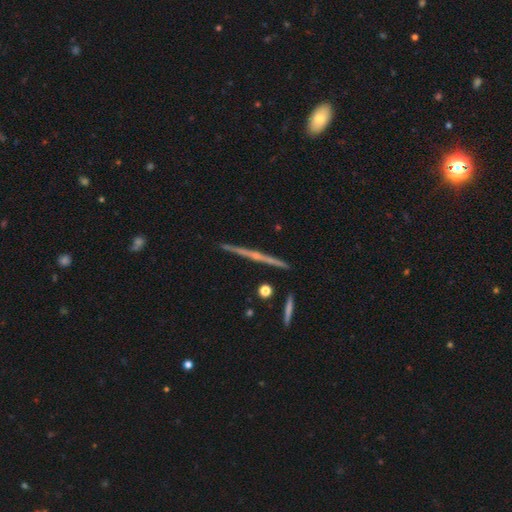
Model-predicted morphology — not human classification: A featured or disk galaxy (59%) viewed edge-on (88%) with a rounded central bulge (57%).

Vote fractions:
- Smooth or featured? featured or disk: 59% / star or artifact: 23% / smooth: 18%
- Edge-on disk? yes: 88% / no: 12%
- Edge-on bulge? rounded: 57% / none: 30% / boxy: 13%
- Merging? none: 80% / minor disturbance: 9% / merger: 6% / major disturbance: 5%